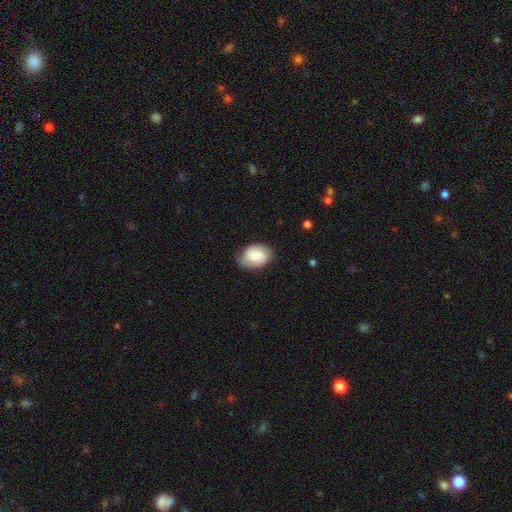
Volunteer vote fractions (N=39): Smooth or featured? smooth (54%)
How rounded? in between (76%)
Merging? none (87%)